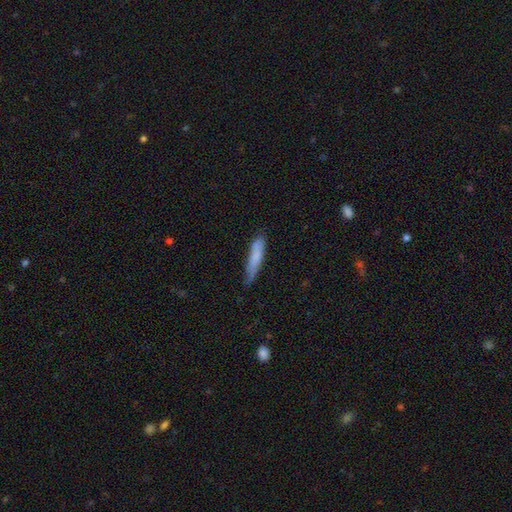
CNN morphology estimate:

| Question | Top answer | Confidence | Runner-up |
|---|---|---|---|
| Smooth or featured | smooth | 74% | featured or disk (20%) |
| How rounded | cigar-shaped | 84% | in between (14%) |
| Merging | none | 63% | minor disturbance (29%) |